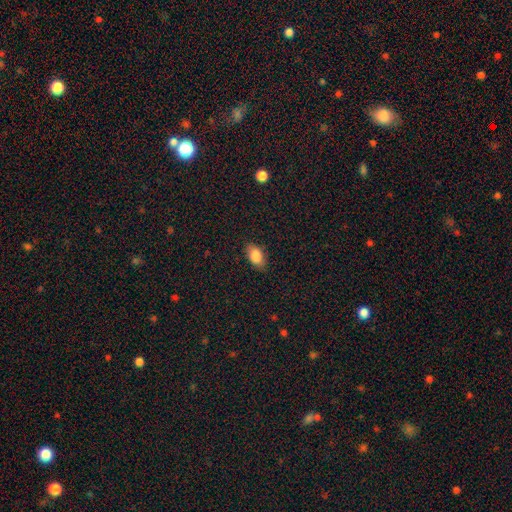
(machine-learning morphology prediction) Smooth or featured?
  - smooth: 85% *
  - featured or disk: 8%
  - star or artifact: 7%
How rounded?
  - in between: 91% *
  - round: 7%
  - cigar-shaped: 2%
Merging?
  - none: 83% *
  - minor disturbance: 13%
  - major disturbance: 3%
  - merger: 1%